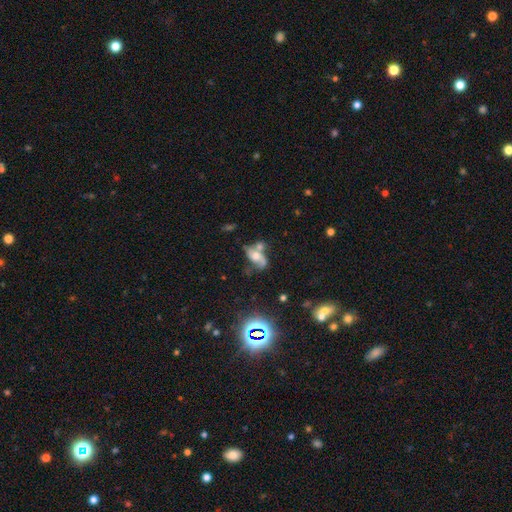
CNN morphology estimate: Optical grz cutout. It shows a featured or disk galaxy (57%) with no bar (70%), spiral arms (75%) and a moderate central bulge (56%). Merging: merger (40%).